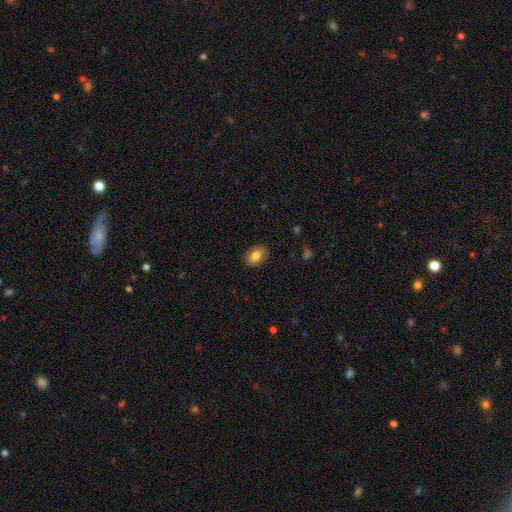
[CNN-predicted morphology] smooth-or-featured: smooth: 78% | featured or disk: 14% | star or artifact: 8%
  how-rounded: in between: 80% | round: 18% | cigar-shaped: 1%
  merging: none: 87% | minor disturbance: 10% | major disturbance: 2% | merger: 1%